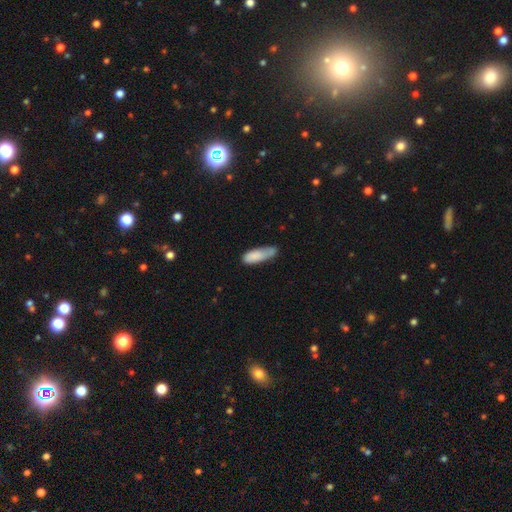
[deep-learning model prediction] Smooth or featured? smooth (81%)
How rounded? in between (52%)
Merging? none (45%)